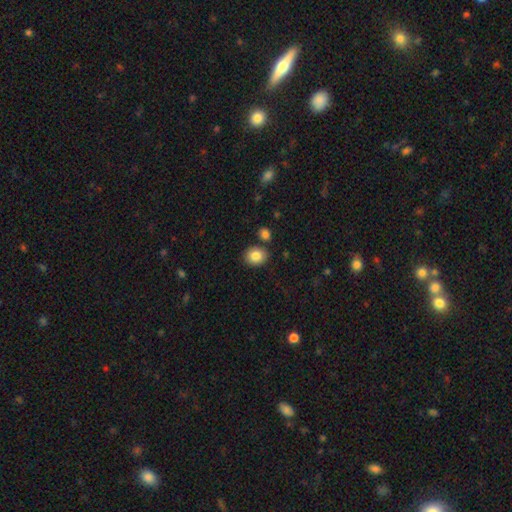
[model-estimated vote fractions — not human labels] smooth-or-featured: smooth: 85% | star or artifact: 9% | featured or disk: 6%
  how-rounded: round: 55% | in between: 44% | cigar-shaped: 1%
  merging: none: 80% | minor disturbance: 10% | merger: 8% | major disturbance: 2%